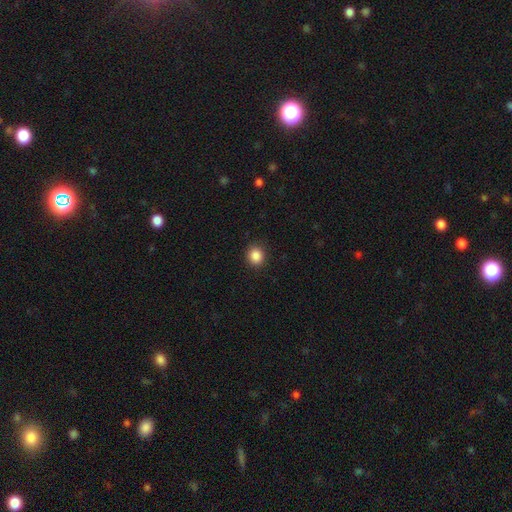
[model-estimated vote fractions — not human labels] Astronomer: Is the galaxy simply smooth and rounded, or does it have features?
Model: smooth — 87%.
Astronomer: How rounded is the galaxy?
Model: round — 84%.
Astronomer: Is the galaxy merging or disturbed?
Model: none — 91%.